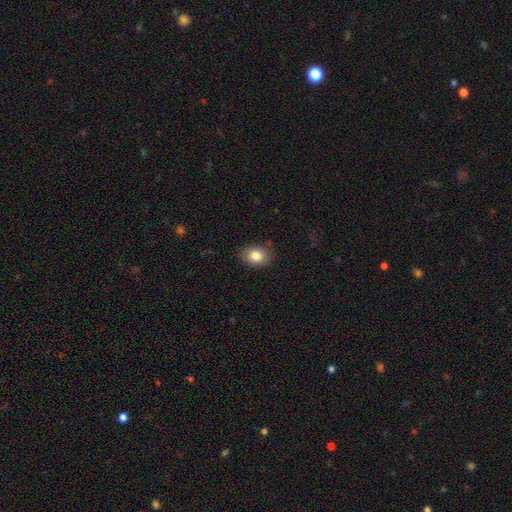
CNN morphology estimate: type=smooth (84%); roundness=in between (69%); merging=none (84%).